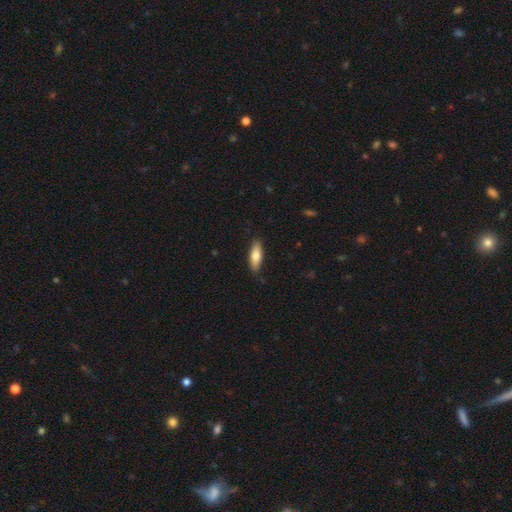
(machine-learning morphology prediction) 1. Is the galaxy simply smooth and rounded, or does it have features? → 75% smooth, 19% featured or disk, 6% star or artifact.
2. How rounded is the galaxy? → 56% in between, 42% cigar-shaped, 2% round.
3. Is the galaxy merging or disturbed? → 85% none, 12% minor disturbance, 2% major disturbance, 1% merger.